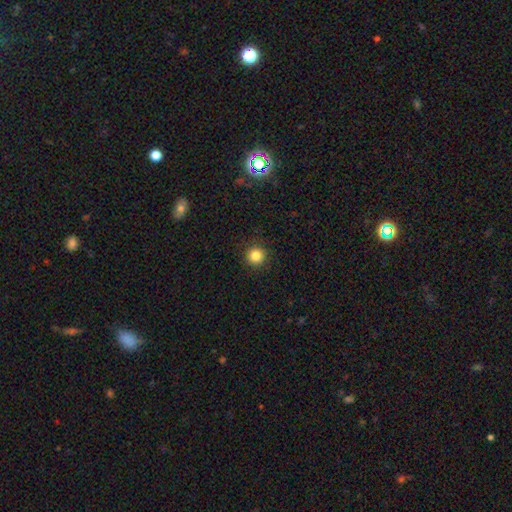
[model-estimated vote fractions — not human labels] This appears to be a smooth galaxy with no disk features (84%) that is round (95%). Merging: none (92%).